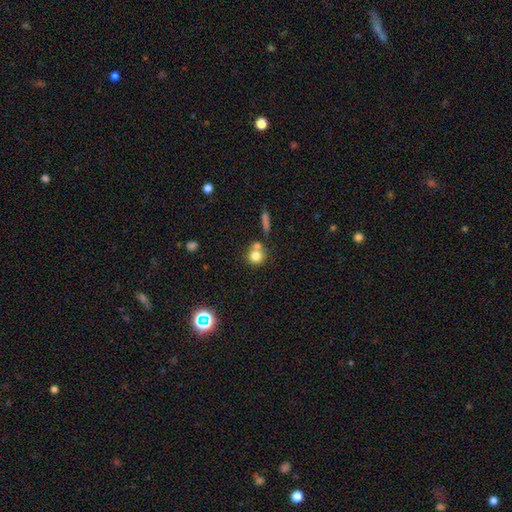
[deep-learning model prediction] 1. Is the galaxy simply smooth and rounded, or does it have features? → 77% smooth, 12% star or artifact, 11% featured or disk.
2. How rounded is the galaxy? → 89% round, 10% in between, 1% cigar-shaped.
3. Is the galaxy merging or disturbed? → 52% none, 35% merger, 9% minor disturbance, 4% major disturbance.